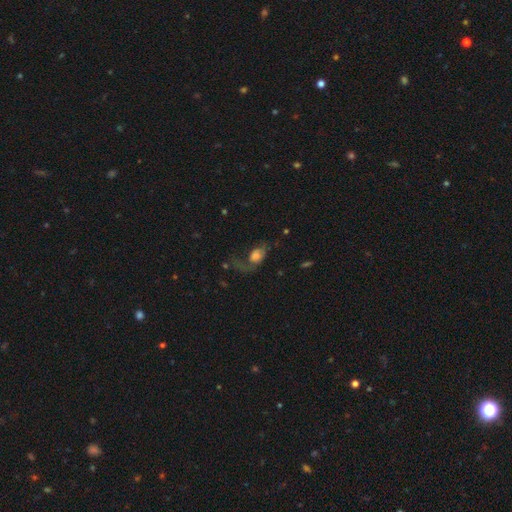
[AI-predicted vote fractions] Smooth or featured: smooth — 49% (featured or disk — 41%)
Merging: major disturbance — 57% (none — 23%)